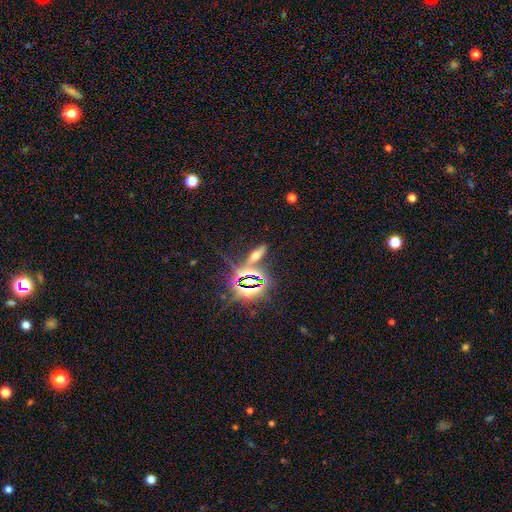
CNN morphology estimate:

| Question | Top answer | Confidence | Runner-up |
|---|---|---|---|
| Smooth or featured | star or artifact | 45% | smooth (34%) |